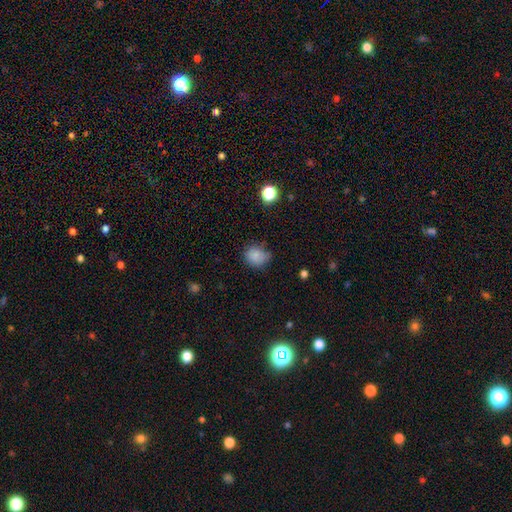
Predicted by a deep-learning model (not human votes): smooth_or_featured: smooth (p=0.82) [alt: star or artifact p=0.11]
how_rounded: round (p=0.67) [alt: in between p=0.32]
merging: none (p=0.65) [alt: minor disturbance p=0.27]